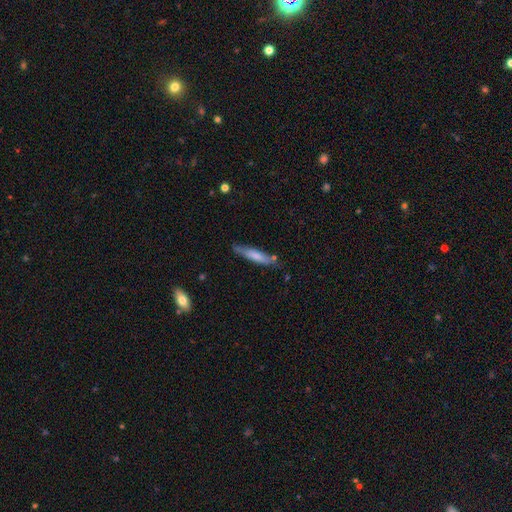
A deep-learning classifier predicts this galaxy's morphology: Smooth or featured? Predicted: smooth (p=0.67). How rounded? Predicted: cigar-shaped (p=0.84). Merging? Predicted: none (p=0.71).